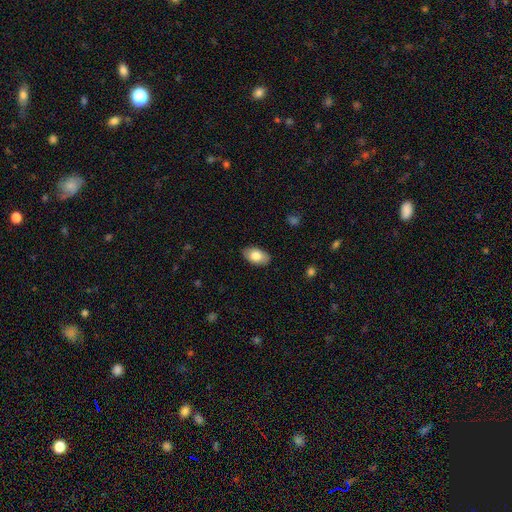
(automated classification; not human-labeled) smooth 79%, featured or disk 14%, star or artifact 6%. Down the decision tree: how rounded — in between (94%); merging — none (86%).